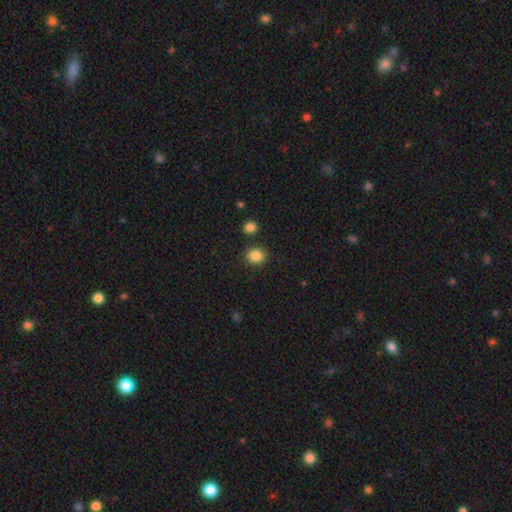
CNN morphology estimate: A smooth galaxy with no disk features (86%) that is round (72%). Merging: none (85%).